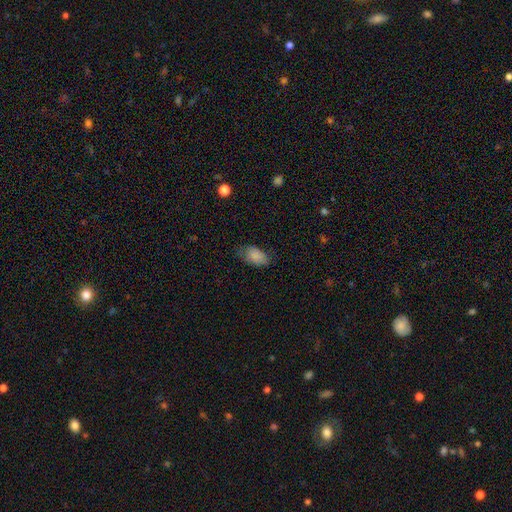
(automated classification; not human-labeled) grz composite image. It shows a smooth galaxy with no disk features (85%) that is in between round and cigar-shaped (92%). Merging: none (66%).